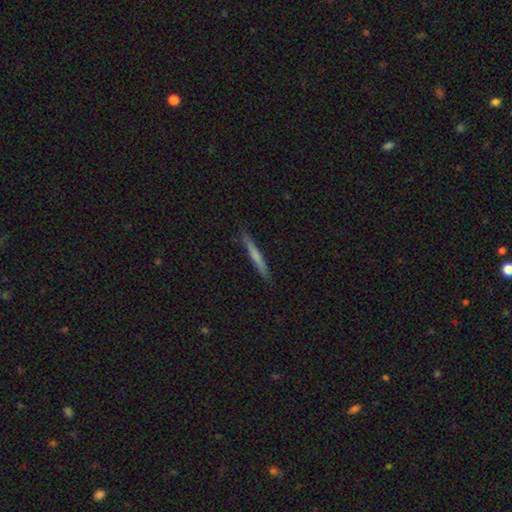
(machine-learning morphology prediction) Smooth or featured? smooth (62%)
How rounded? cigar-shaped (96%)
Merging? none (90%)